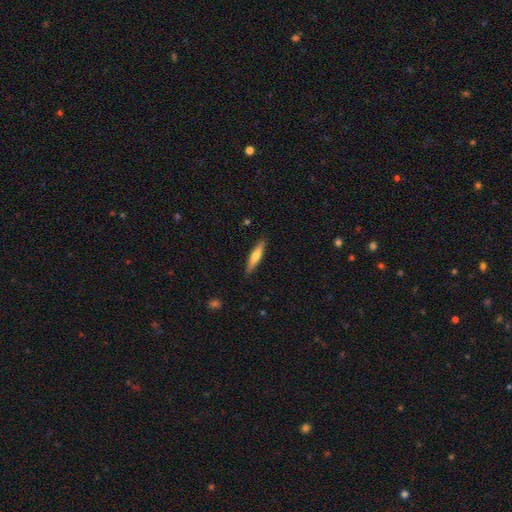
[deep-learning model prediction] Smooth or featured: smooth — 54% (featured or disk — 40%)
How rounded: cigar-shaped — 87% (in between — 12%)
Merging: none — 89% (minor disturbance — 8%)